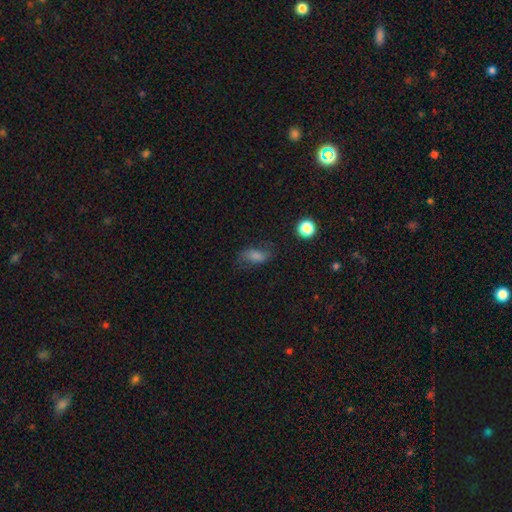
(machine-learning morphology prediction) type=smooth (63%); roundness=in between (81%); merging=none (64%).